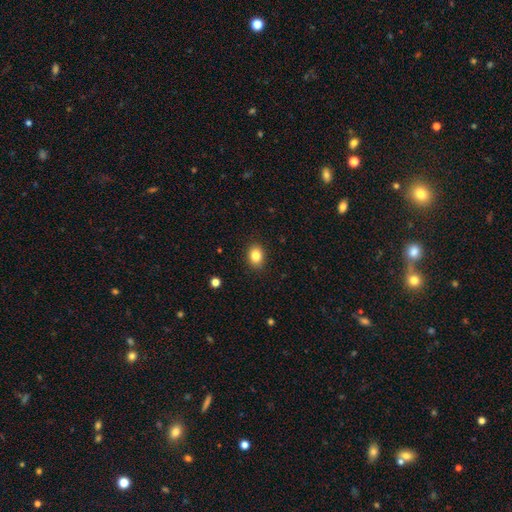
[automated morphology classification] smooth-or-featured: smooth: 84% | star or artifact: 10% | featured or disk: 6%
  how-rounded: in between: 58% | round: 41% | cigar-shaped: 1%
  merging: none: 89% | minor disturbance: 8% | major disturbance: 2% | merger: 1%